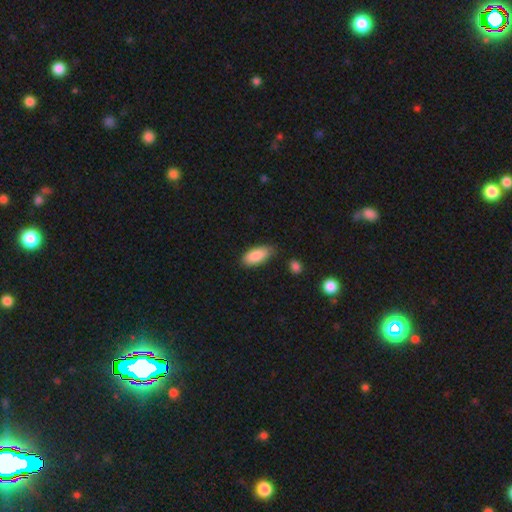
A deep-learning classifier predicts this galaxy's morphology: This appears to be a smooth galaxy with no disk features (88%) that is in between round and cigar-shaped (89%). Merging: none (75%).